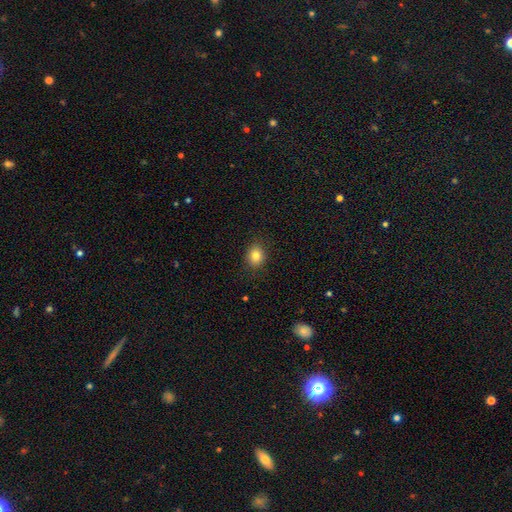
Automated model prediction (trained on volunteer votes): Smooth or featured: smooth — 83% (star or artifact — 11%)
How rounded: round — 54% (in between — 45%)
Merging: none — 88% (minor disturbance — 9%)